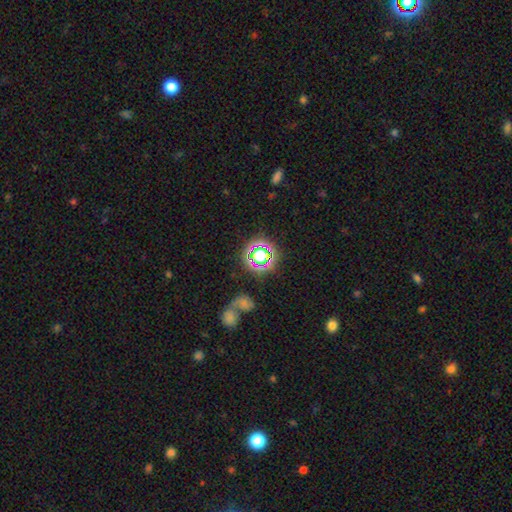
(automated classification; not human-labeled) Smooth or featured? star or artifact (55%)